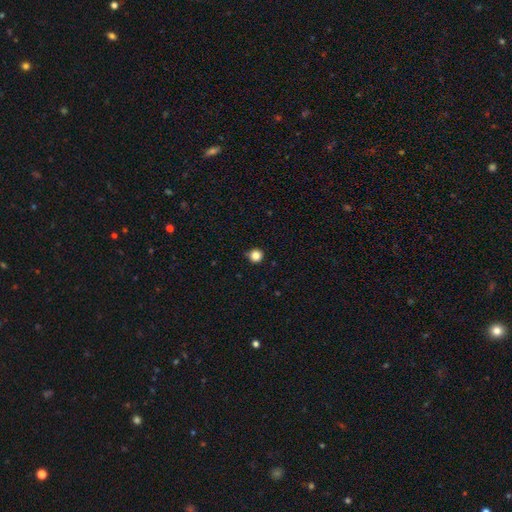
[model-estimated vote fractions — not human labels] Smooth or featured: smooth — 84% (star or artifact — 12%)
How rounded: round — 95% (in between — 4%)
Merging: none — 90% (minor disturbance — 7%)